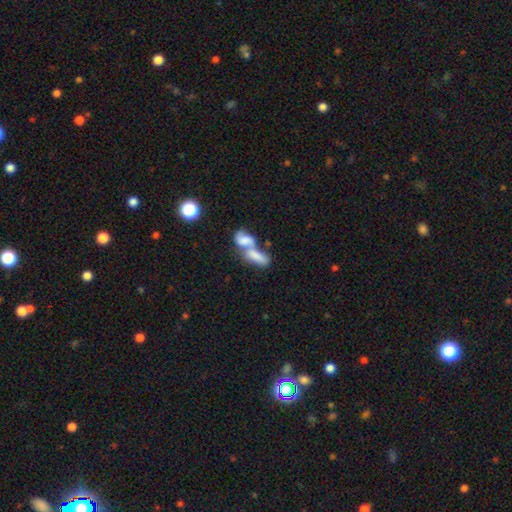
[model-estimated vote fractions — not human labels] The model was most divided on "smooth or featured": smooth: 71%, featured or disk: 20%, star or artifact: 9%. More confident: how rounded — in between (80%); merging — merger (77%).